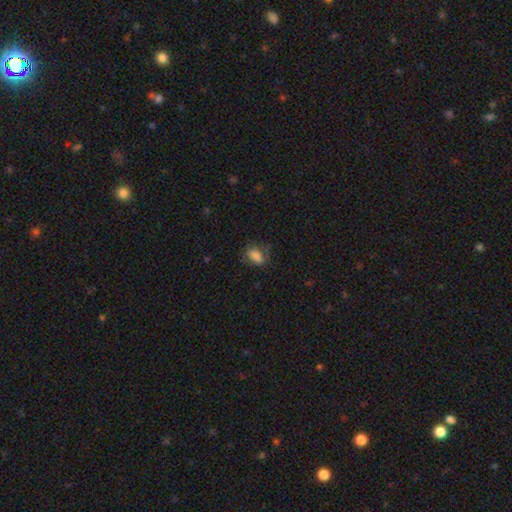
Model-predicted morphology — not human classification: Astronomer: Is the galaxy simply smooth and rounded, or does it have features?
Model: smooth — 79%.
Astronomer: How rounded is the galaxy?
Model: in between — 85%.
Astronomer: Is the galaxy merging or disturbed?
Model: none — 62%.